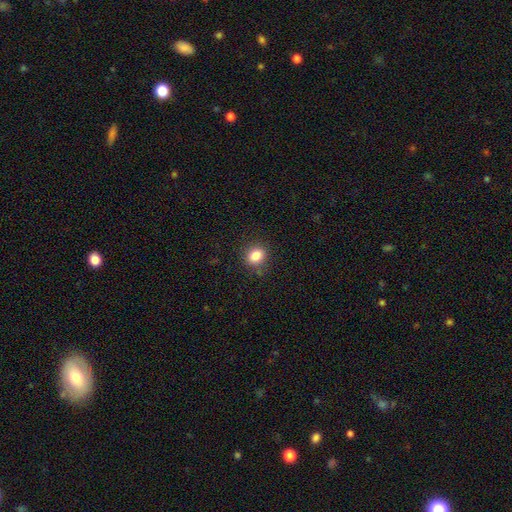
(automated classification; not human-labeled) This appears to be a smooth galaxy with no disk features (84%) that is round (59%). Merging: none (86%).